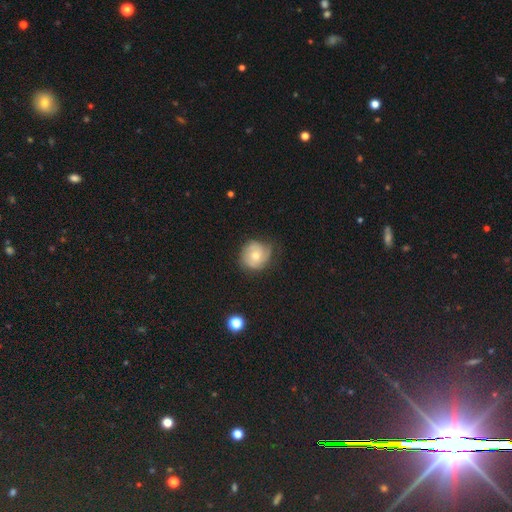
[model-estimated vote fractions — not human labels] Smooth or featured: smooth — 46% (featured or disk — 45%)
Merging: none — 63% (minor disturbance — 28%)